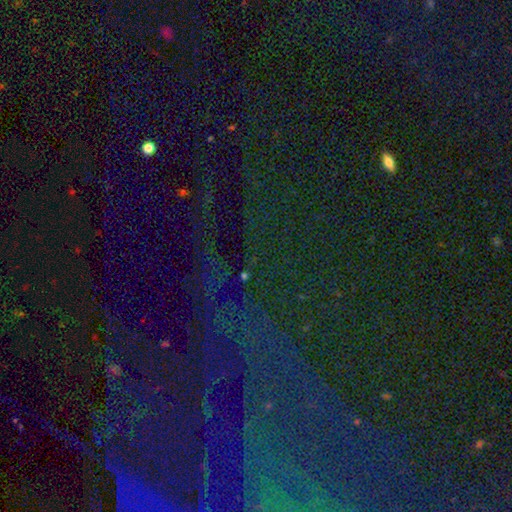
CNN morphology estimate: smooth_or_featured: star or artifact (p=0.81) [alt: featured or disk p=0.10]